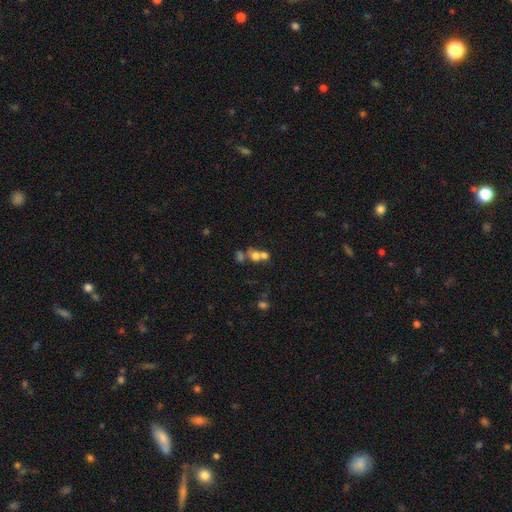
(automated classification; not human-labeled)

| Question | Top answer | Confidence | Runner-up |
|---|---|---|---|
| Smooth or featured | smooth | 60% | featured or disk (24%) |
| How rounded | round | 60% | in between (38%) |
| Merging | merger | 60% | none (27%) |